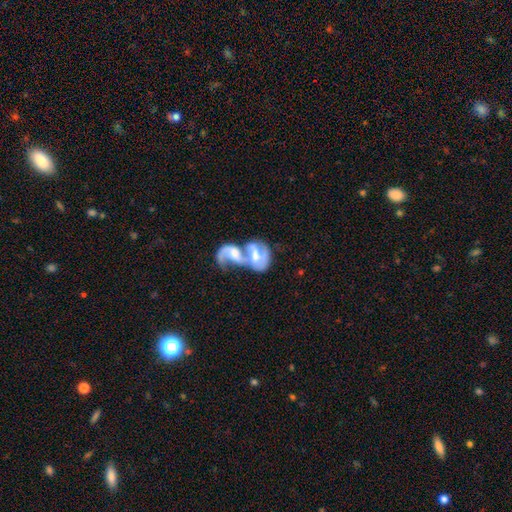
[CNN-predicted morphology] type=featured or disk (68%); edge-on=no (97%); bar=no (51%); spiral arms=yes (71%); bulge=moderate (49%); merging=merger (80%).